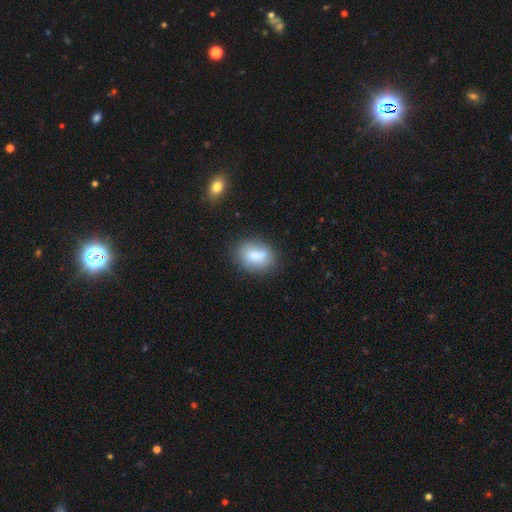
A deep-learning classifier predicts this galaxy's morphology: Overall: smooth (77%). How rounded: in between (71%). Merging: none (64%).